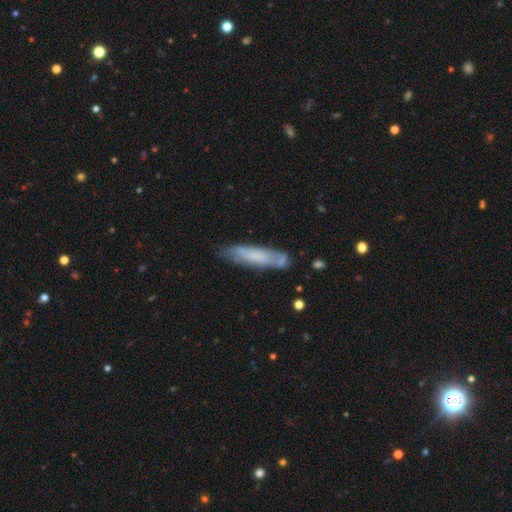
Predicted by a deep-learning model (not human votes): smooth 60%, featured or disk 33%, star or artifact 7%. Down the decision tree: how rounded — cigar-shaped (79%); merging — none (68%).